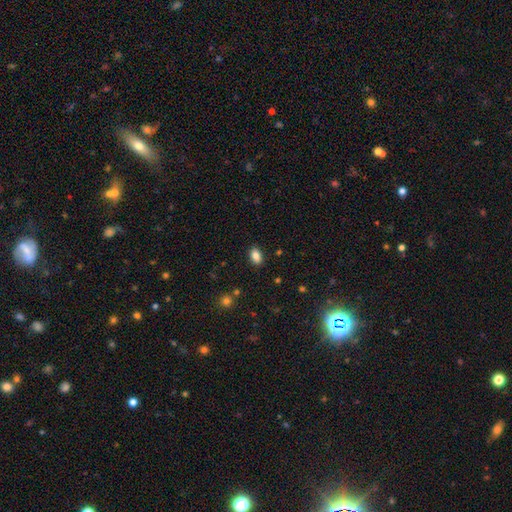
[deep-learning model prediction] Q: Smooth or featured?
A: smooth (85%); runner-up: star or artifact (9%)
Q: How rounded?
A: in between (88%); runner-up: round (10%)
Q: Merging?
A: none (86%); runner-up: minor disturbance (10%)